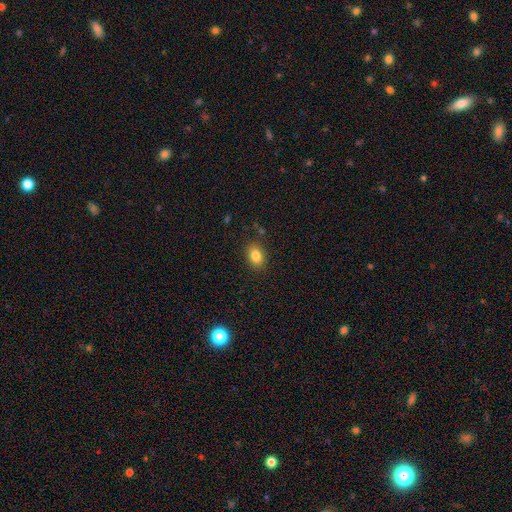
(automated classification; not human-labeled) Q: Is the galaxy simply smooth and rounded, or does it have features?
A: smooth — 84%.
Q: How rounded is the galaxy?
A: in between — 73%.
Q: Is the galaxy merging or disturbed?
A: none — 86%.